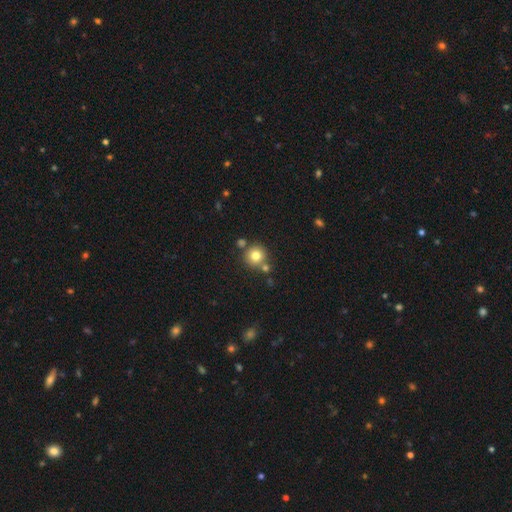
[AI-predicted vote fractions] smooth 78%, star or artifact 12%, featured or disk 10%. Down the decision tree: how rounded — round (93%); merging — none (73%).